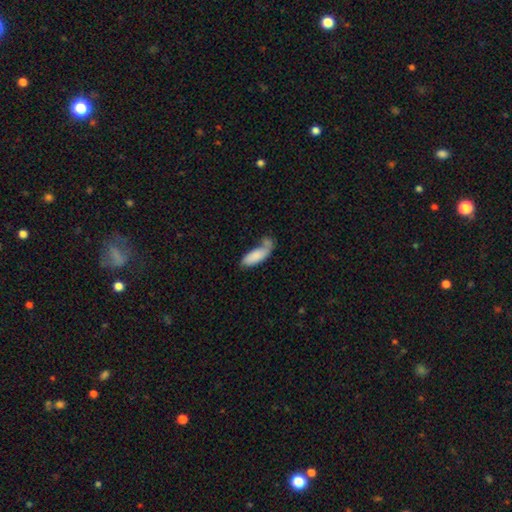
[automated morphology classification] smooth 82%, featured or disk 12%, star or artifact 6%. Down the decision tree: how rounded — in between (69%); merging — none (40%).